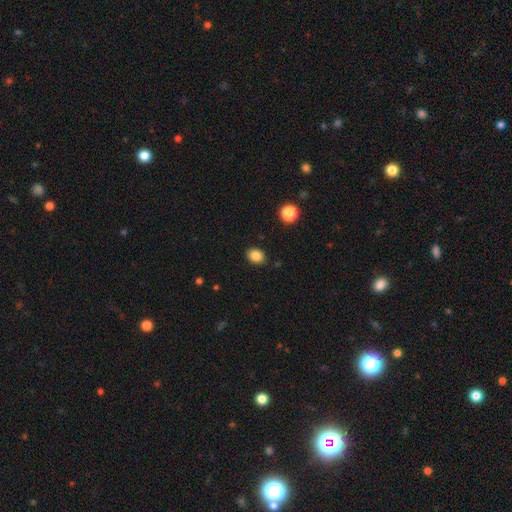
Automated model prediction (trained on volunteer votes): This appears to be a smooth galaxy with no disk features (85%) that is in between round and cigar-shaped (55%). Merging: none (88%).